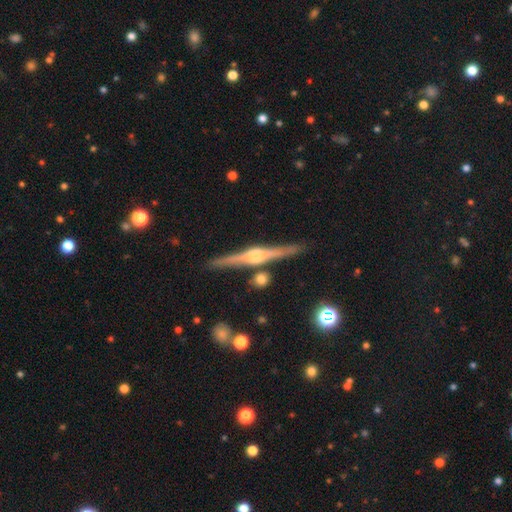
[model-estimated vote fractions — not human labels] Overall: featured or disk (84%). Edge-on disk: yes (98%). Edge-on bulge: rounded (84%). Merging: none (86%).